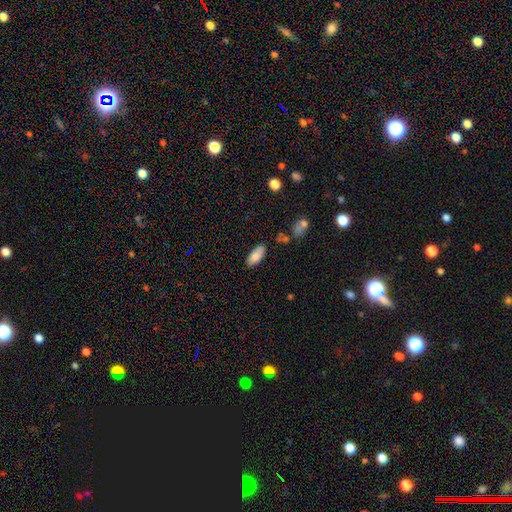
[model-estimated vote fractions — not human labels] Smooth or featured?
  - smooth: 85% *
  - featured or disk: 8%
  - star or artifact: 7%
How rounded?
  - in between: 88% *
  - cigar-shaped: 11%
  - round: 2%
Merging?
  - none: 79% *
  - minor disturbance: 14%
  - merger: 3%
  - major disturbance: 3%